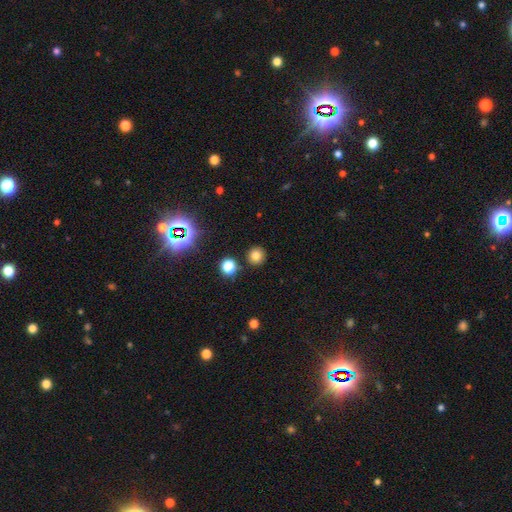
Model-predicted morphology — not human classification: Smooth or featured? smooth (77%)
How rounded? round (94%)
Merging? none (88%)